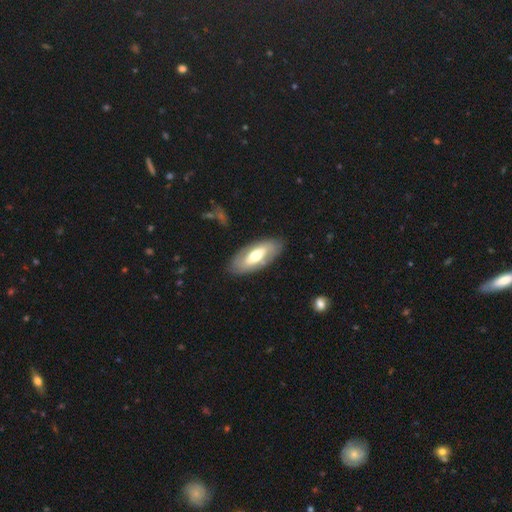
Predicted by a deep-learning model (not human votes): A featured or disk galaxy (50%).

Vote fractions:
- Smooth or featured? featured or disk: 50% / smooth: 45% / star or artifact: 5%
- Merging? none: 84% / minor disturbance: 11% / major disturbance: 4% / merger: 1%